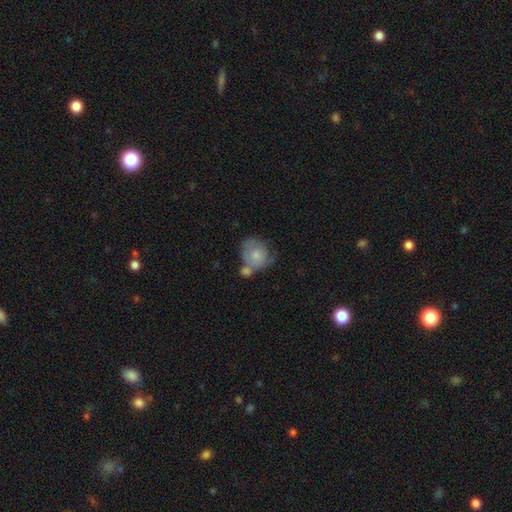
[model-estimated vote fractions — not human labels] Smooth or featured: smooth — 68% (featured or disk — 26%)
How rounded: round — 71% (in between — 28%)
Merging: merger — 37% (none — 32%)